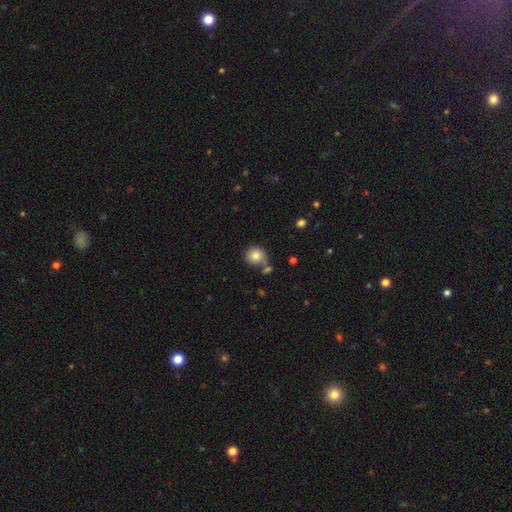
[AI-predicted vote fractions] Q: Smooth or featured?
A: smooth (82%); runner-up: star or artifact (10%)
Q: How rounded?
A: round (86%); runner-up: in between (13%)
Q: Merging?
A: none (65%); runner-up: merger (17%)